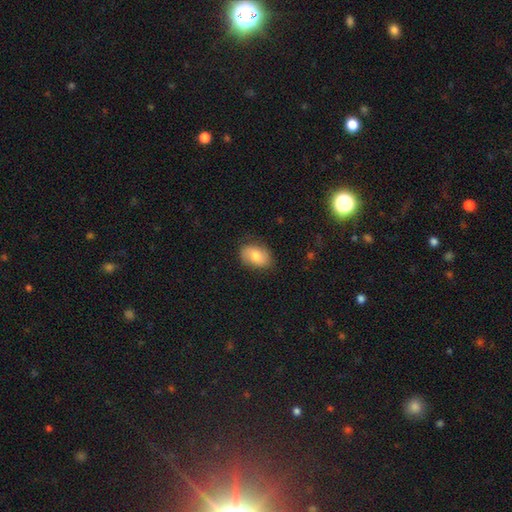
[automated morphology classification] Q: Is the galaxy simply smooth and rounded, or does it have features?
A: smooth — 72%.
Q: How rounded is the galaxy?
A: in between — 83%.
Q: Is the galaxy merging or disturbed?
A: none — 78%.